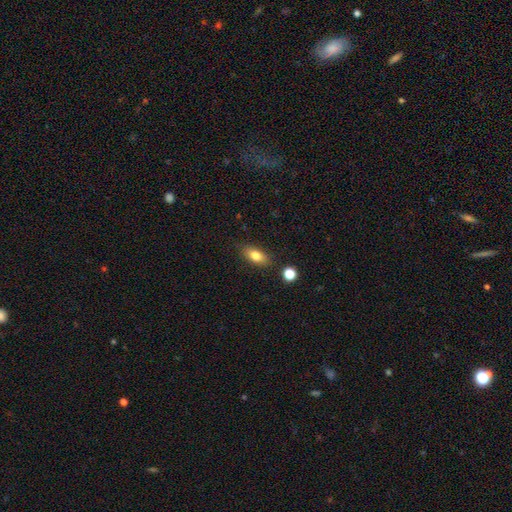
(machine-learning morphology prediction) Smooth or featured: smooth — 80% (featured or disk — 12%)
How rounded: in between — 83% (cigar-shaped — 10%)
Merging: none — 83% (minor disturbance — 11%)